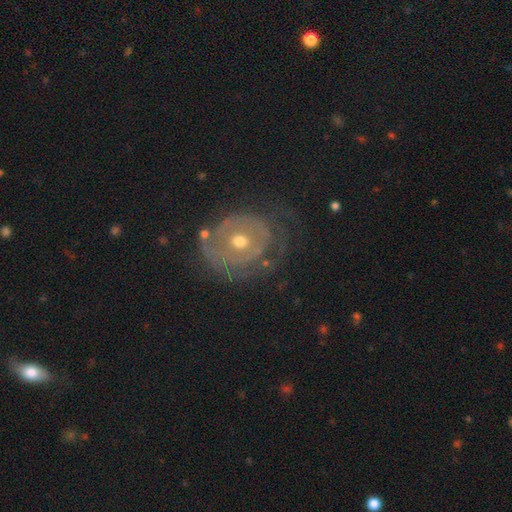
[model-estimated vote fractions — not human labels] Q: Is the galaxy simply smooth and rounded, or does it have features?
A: featured or disk — 66%.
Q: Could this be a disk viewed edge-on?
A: no — 96%.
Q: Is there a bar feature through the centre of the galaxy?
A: no — 76%.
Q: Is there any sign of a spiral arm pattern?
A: yes — 73%.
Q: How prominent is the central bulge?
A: small — 48%.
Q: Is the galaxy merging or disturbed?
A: none — 78%.